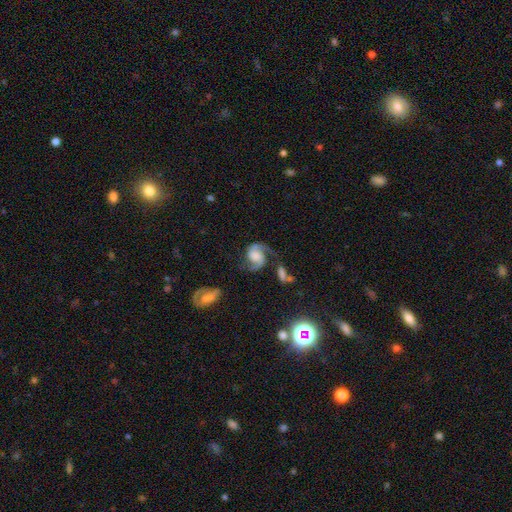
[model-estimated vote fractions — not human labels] smooth_or_featured: featured or disk (p=0.87) [alt: smooth p=0.07]
disk_edge_on: no (p=0.98) [alt: yes p=0.02]
bar: no (p=0.57) [alt: weak p=0.33]
has_spiral_arms: yes (p=0.97) [alt: no p=0.03]
spiral_winding: medium (p=0.52) [alt: loose p=0.30]
spiral_arm_count: 2 (p=0.91) [alt: 1 p=0.04]
bulge_size: large (p=0.30) [alt: none p=0.26]
merging: none (p=0.57) [alt: minor disturbance p=0.19]